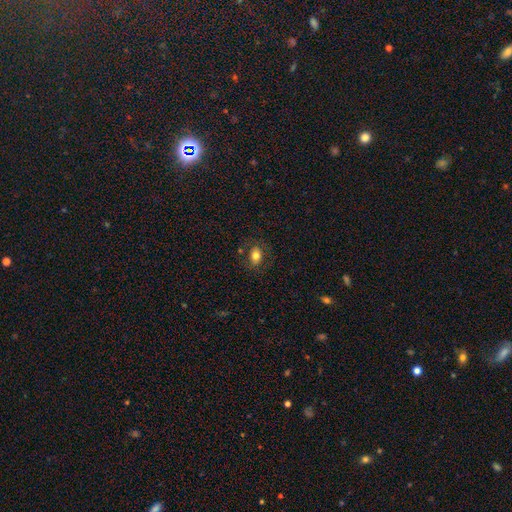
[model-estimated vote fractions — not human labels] Smooth or featured?
  - smooth: 76% *
  - featured or disk: 14%
  - star or artifact: 10%
How rounded?
  - in between: 74% *
  - round: 25%
  - cigar-shaped: 1%
Merging?
  - none: 79% *
  - minor disturbance: 13%
  - major disturbance: 5%
  - merger: 2%